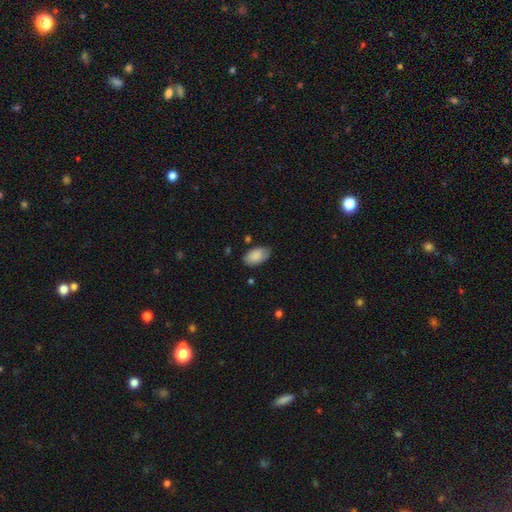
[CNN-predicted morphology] smooth-or-featured: smooth: 87% | featured or disk: 7% | star or artifact: 6%
  how-rounded: in between: 95% | round: 4% | cigar-shaped: 2%
  merging: none: 75% | minor disturbance: 19% | major disturbance: 4% | merger: 2%